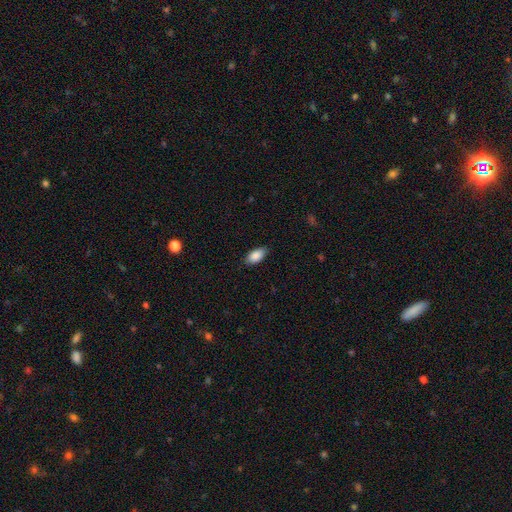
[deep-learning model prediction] Smooth or featured? smooth (87%)
How rounded? in between (93%)
Merging? none (84%)